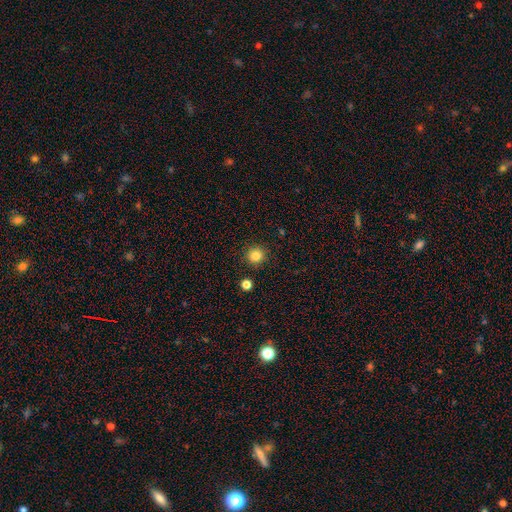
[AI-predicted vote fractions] This appears to be a smooth galaxy with no disk features (83%) that is round (94%). Merging: none (90%).